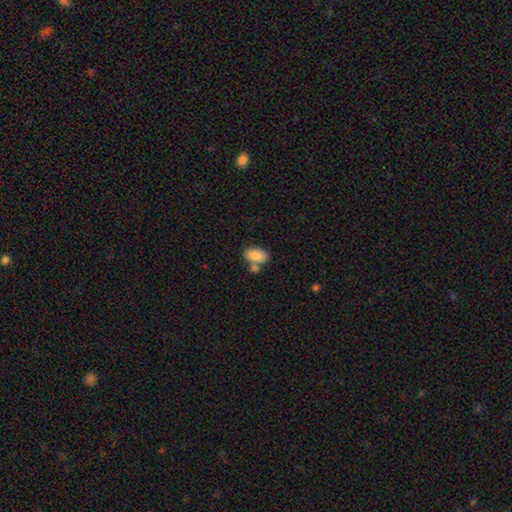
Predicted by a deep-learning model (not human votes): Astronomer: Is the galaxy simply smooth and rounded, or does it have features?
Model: smooth — 84%.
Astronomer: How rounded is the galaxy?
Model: in between — 90%.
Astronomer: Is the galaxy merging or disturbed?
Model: none — 52% (runner-up: merger, 30%).